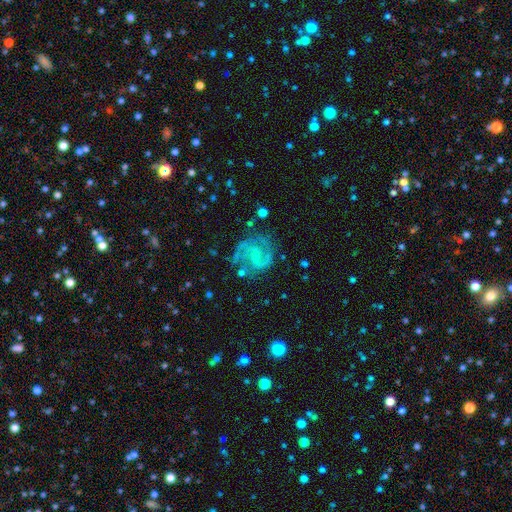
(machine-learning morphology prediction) Smooth or featured?
  - featured or disk: 85% *
  - smooth: 8%
  - star or artifact: 7%
Edge-on disk?
  - no: 98% *
  - yes: 2%
Bar?
  - no: 49% *
  - weak: 42%
  - strong: 8%
Spiral arms?
  - yes: 95% *
  - no: 5%
Spiral winding?
  - medium: 54% *
  - tight: 30%
  - loose: 17%
Spiral arm count?
  - 2: 70% *
  - 3: 11%
  - can't tell: 10%
  - 1: 3%
  - 4: 3%
  - more than 4: 3%
Bulge size?
  - small: 66% *
  - none: 18%
  - moderate: 14%
  - large: 1%
  - dominant: 1%
Merging?
  - none: 68% *
  - minor disturbance: 19%
  - major disturbance: 10%
  - merger: 3%